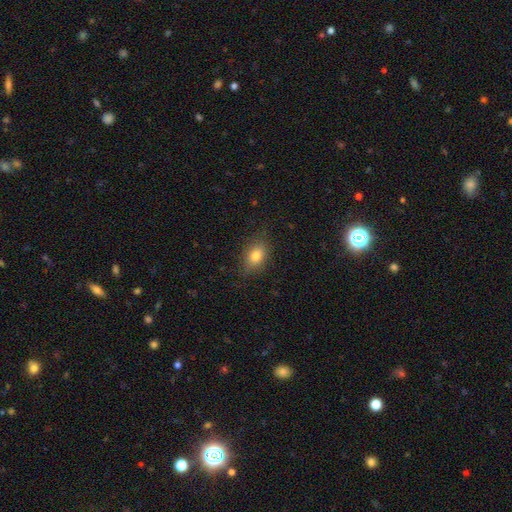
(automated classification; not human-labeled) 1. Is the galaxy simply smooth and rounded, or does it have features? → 79% smooth, 11% featured or disk, 10% star or artifact.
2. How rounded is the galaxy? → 76% in between, 21% round, 3% cigar-shaped.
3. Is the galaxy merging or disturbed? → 81% none, 14% minor disturbance, 4% major disturbance, 1% merger.